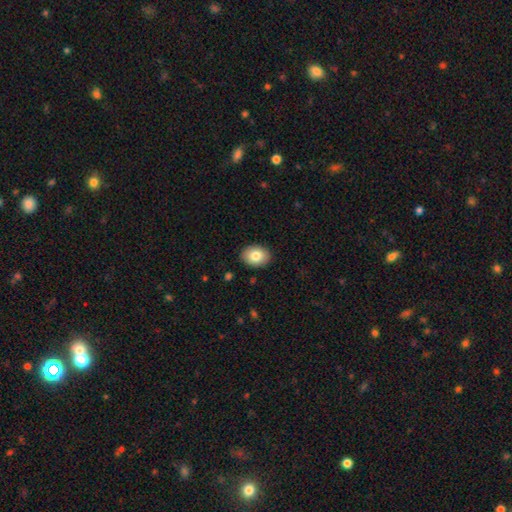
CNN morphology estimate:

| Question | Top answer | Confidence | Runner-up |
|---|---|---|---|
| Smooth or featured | smooth | 82% | featured or disk (10%) |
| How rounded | in between | 72% | round (27%) |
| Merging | none | 89% | minor disturbance (8%) |